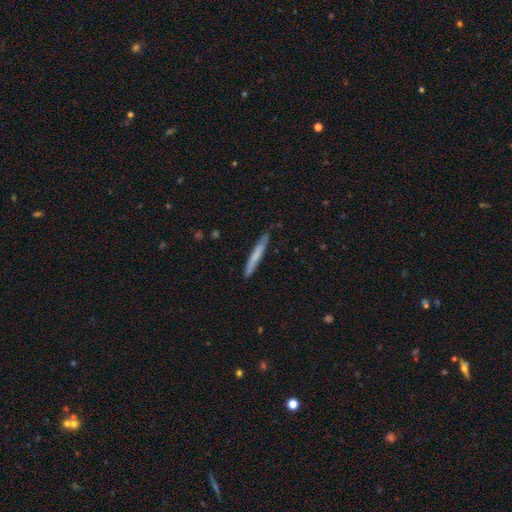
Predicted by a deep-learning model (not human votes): Smooth or featured: smooth — 66% (featured or disk — 29%)
How rounded: cigar-shaped — 96% (in between — 3%)
Merging: none — 86% (minor disturbance — 11%)